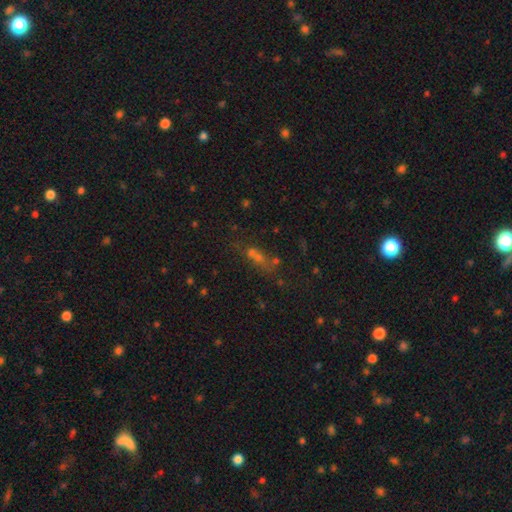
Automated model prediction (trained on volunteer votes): This appears to be a smooth galaxy with no disk features (40%). Merging: none (45%).